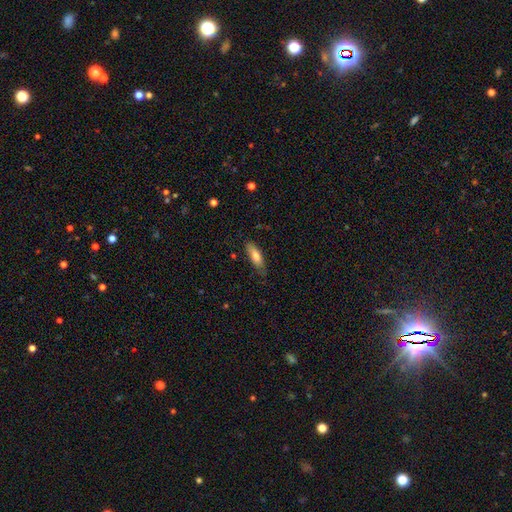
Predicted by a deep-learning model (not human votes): This is likely a smooth galaxy (75%). How rounded: possibly in between (57%). Merging: likely none (71%).